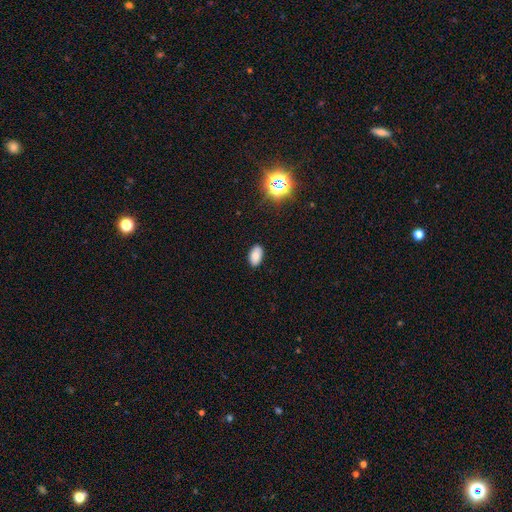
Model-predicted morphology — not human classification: Smooth or featured? smooth (81%)
How rounded? in between (94%)
Merging? none (87%)